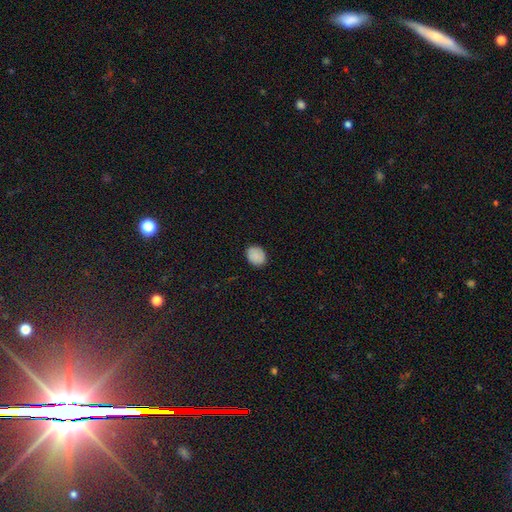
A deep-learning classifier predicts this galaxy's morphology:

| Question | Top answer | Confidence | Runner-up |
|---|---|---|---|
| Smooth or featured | smooth | 87% | star or artifact (8%) |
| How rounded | in between | 50% | round (49%) |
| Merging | none | 87% | minor disturbance (10%) |